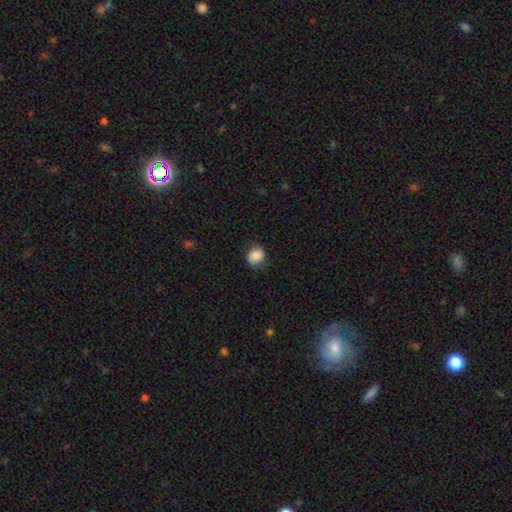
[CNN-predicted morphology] type=smooth (80%); roundness=round (70%); merging=none (72%).